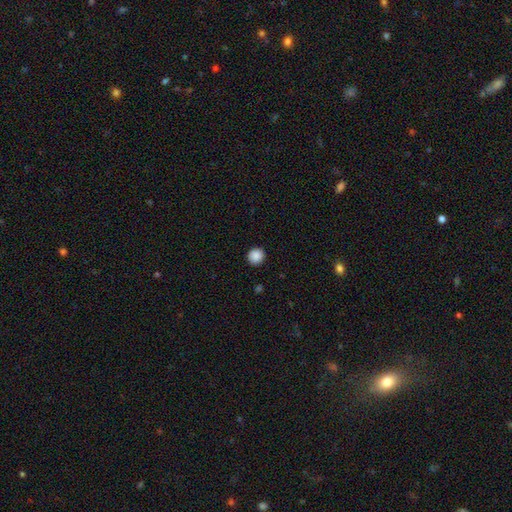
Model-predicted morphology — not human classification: This is clearly a smooth galaxy (89%). How rounded: clearly round (91%). Merging: clearly none (92%).